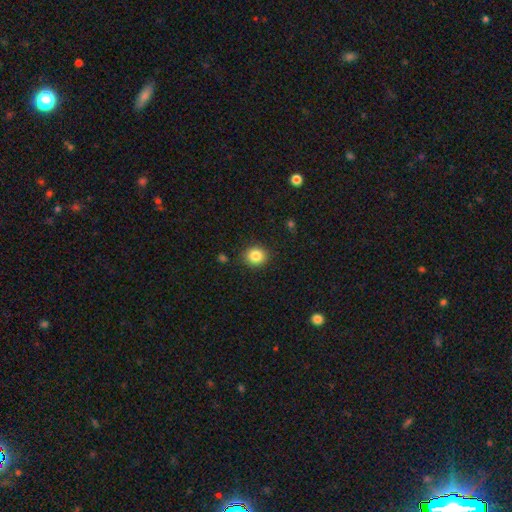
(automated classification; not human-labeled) Smooth or featured: smooth — 85% (star or artifact — 10%)
How rounded: round — 85% (in between — 14%)
Merging: none — 89% (minor disturbance — 7%)